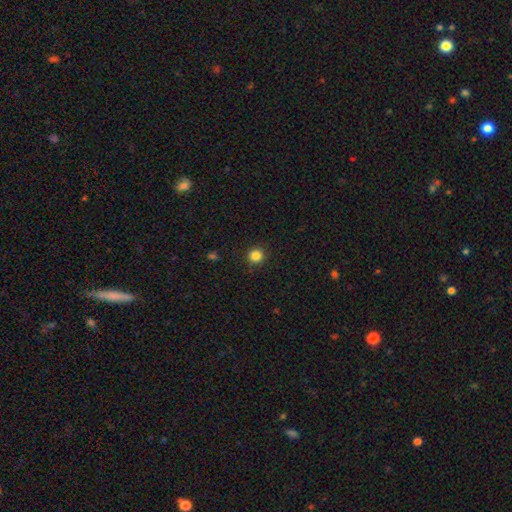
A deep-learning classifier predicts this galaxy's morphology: smooth-or-featured: smooth: 84% | star or artifact: 12% | featured or disk: 4%
  how-rounded: round: 94% | in between: 5% | cigar-shaped: 1%
  merging: none: 91% | minor disturbance: 6% | major disturbance: 2% | merger: 1%